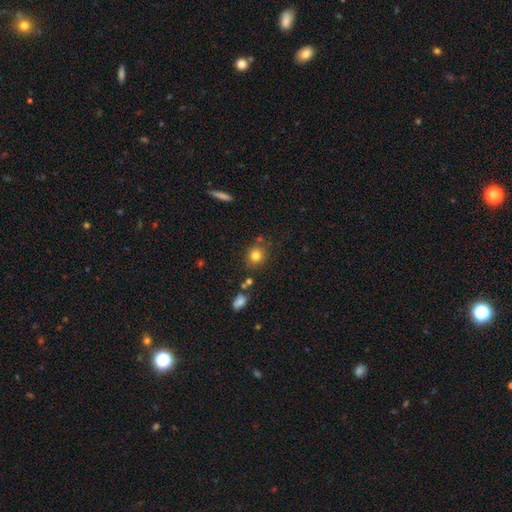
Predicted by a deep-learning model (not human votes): Q: Smooth or featured?
A: smooth (80%); runner-up: star or artifact (12%)
Q: How rounded?
A: round (85%); runner-up: in between (14%)
Q: Merging?
A: none (79%); runner-up: minor disturbance (11%)